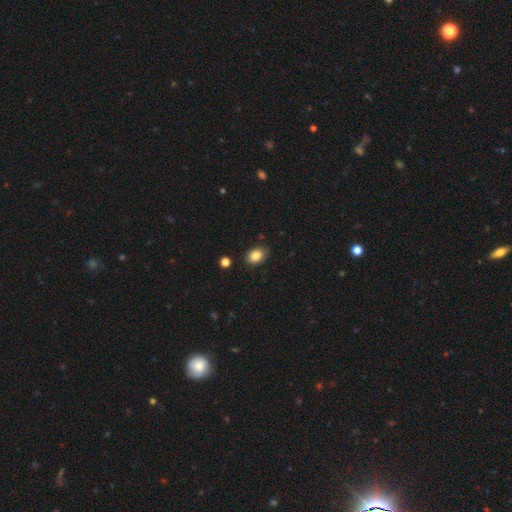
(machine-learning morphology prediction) A smooth galaxy with no disk features (85%) that is in between round and cigar-shaped (79%). Merging: none (83%).